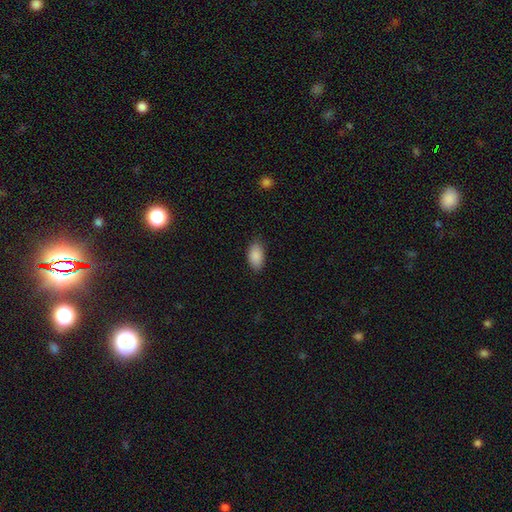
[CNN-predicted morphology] Smooth or featured? Predicted: smooth (p=0.89). How rounded? Predicted: in between (p=0.94). Merging? Predicted: none (p=0.83).